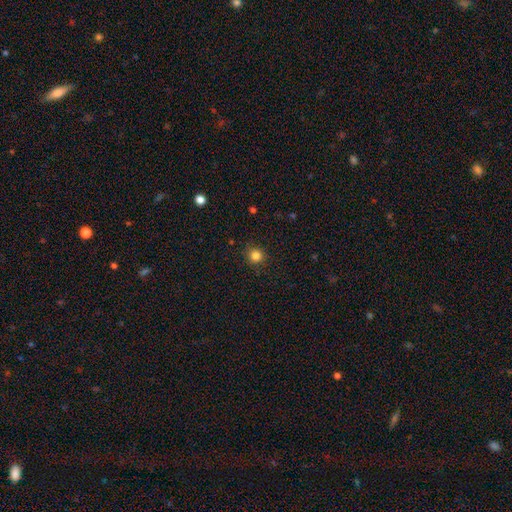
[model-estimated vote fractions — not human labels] smooth-or-featured: smooth: 83% | star or artifact: 13% | featured or disk: 4%
  how-rounded: round: 93% | in between: 6% | cigar-shaped: 1%
  merging: none: 90% | minor disturbance: 7% | major disturbance: 2% | merger: 1%